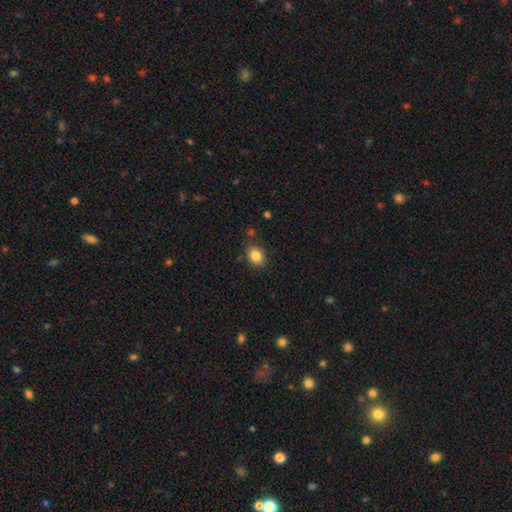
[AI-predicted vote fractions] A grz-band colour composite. It shows a smooth galaxy with no disk features (85%) that is in between round and cigar-shaped (56%). Merging: none (81%).